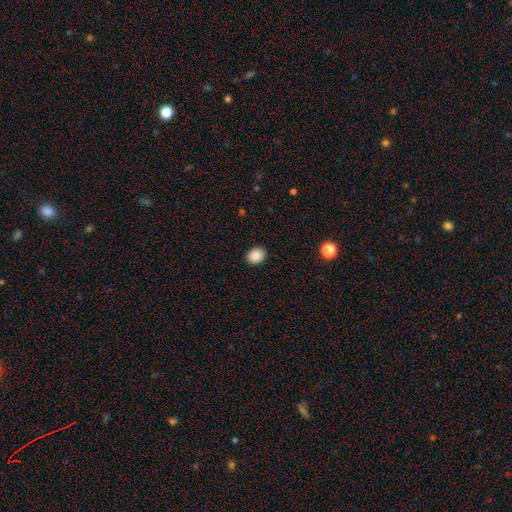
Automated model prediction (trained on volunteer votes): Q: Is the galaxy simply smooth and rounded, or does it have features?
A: smooth — 88%.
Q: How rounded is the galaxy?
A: round — 50%.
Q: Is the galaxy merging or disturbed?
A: none — 90%.